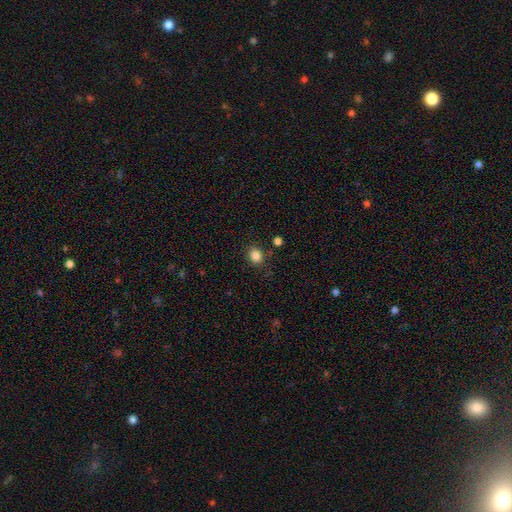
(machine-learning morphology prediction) smooth_or_featured: smooth (p=0.84) [alt: star or artifact p=0.11]
how_rounded: round (p=0.71) [alt: in between p=0.28]
merging: none (p=0.83) [alt: minor disturbance p=0.11]